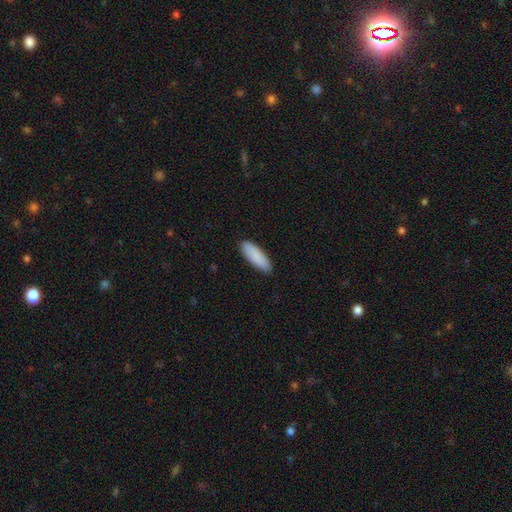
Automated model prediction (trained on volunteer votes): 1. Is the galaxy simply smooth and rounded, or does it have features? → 89% smooth, 6% featured or disk, 5% star or artifact.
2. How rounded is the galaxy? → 61% in between, 37% cigar-shaped, 2% round.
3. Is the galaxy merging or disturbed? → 88% none, 10% minor disturbance, 2% major disturbance, 1% merger.